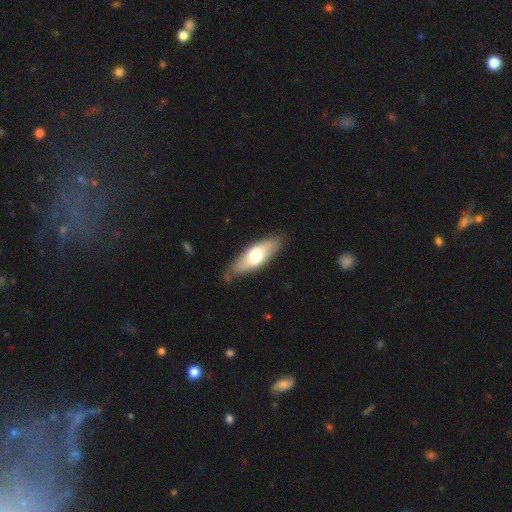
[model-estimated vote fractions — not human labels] Smooth or featured? Predicted: smooth (p=0.60). How rounded? Predicted: in between (p=0.64). Merging? Predicted: none (p=0.79).